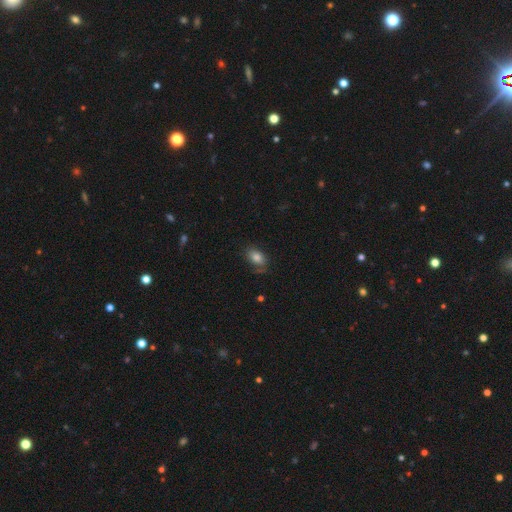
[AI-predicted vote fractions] Morphology: type=smooth (75%); roundness=in between (83%); merging=none (75%).